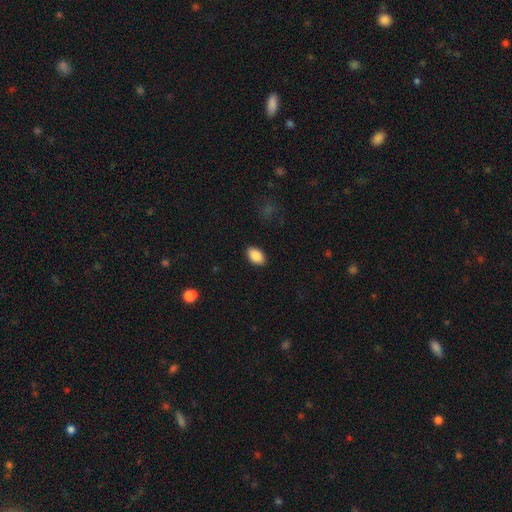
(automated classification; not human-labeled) This is clearly a smooth galaxy (89%). How rounded: clearly in between (92%). Merging: clearly none (89%).